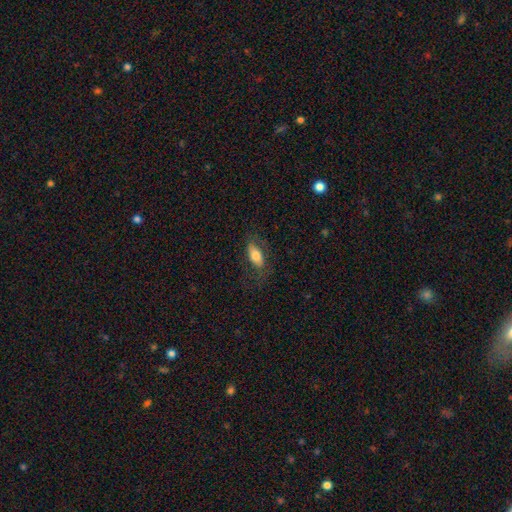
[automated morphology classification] type=smooth (69%); roundness=in between (82%); merging=none (69%).